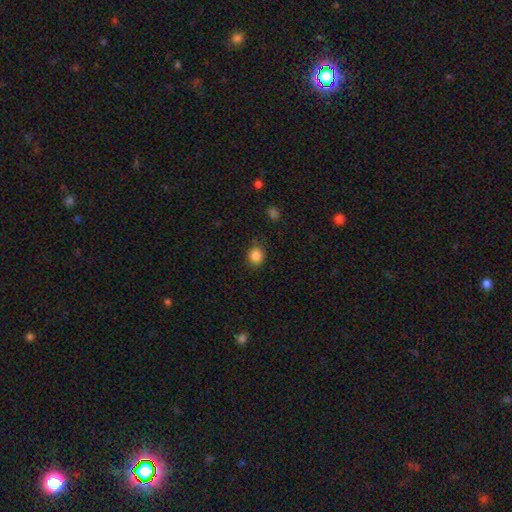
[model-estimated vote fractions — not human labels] The model was most divided on "how rounded": round: 79%, in between: 20%, cigar-shaped: 1%. More confident: smooth or featured — smooth (85%); merging — none (83%).